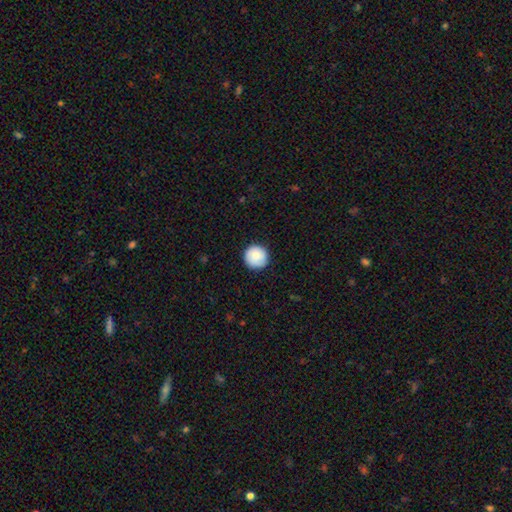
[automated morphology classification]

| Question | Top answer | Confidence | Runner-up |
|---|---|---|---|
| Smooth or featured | smooth | 85% | featured or disk (8%) |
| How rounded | round | 95% | in between (4%) |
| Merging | none | 89% | minor disturbance (8%) |